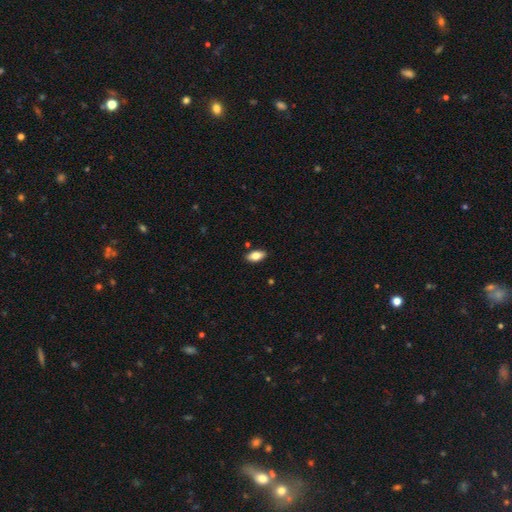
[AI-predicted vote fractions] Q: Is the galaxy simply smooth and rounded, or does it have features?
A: smooth — 79%.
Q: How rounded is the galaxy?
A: in between — 91%.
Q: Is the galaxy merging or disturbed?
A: none — 87%.